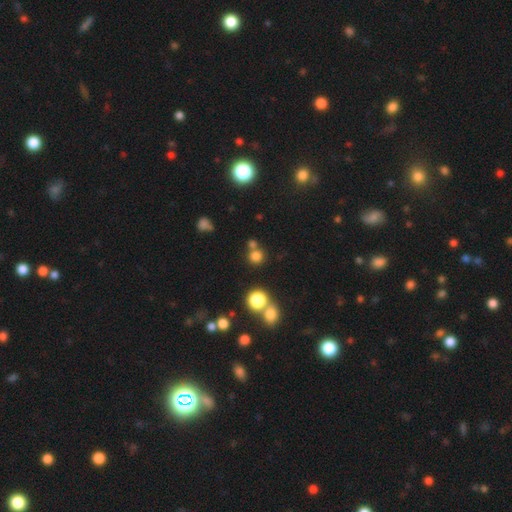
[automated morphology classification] smooth_or_featured: smooth (p=0.74) [alt: star or artifact p=0.20]
how_rounded: round (p=0.90) [alt: in between p=0.09]
merging: none (p=0.65) [alt: merger p=0.24]